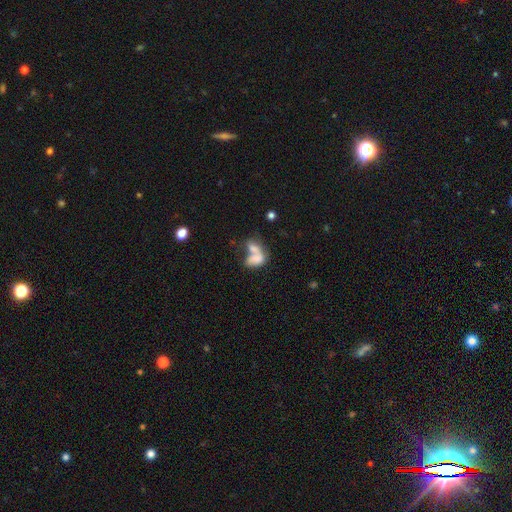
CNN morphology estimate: Overall: smooth (69%). How rounded: in between (86%). Merging: merger (69%).